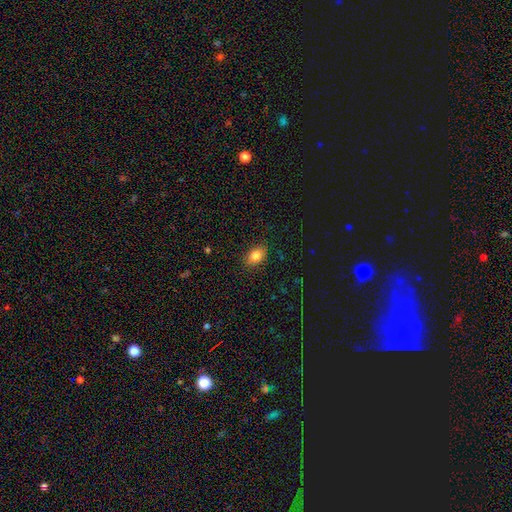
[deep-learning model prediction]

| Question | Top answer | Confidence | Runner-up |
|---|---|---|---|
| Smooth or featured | smooth | 82% | star or artifact (9%) |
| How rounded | in between | 82% | round (16%) |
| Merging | none | 87% | minor disturbance (10%) |